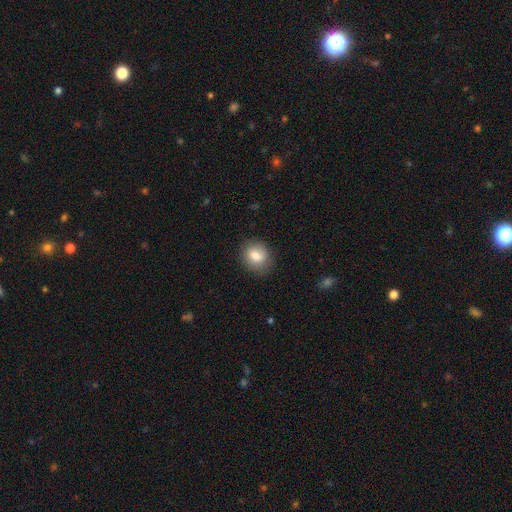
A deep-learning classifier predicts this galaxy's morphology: Smooth or featured? Predicted: smooth (p=0.82). How rounded? Predicted: round (p=0.59). Merging? Predicted: none (p=0.79).